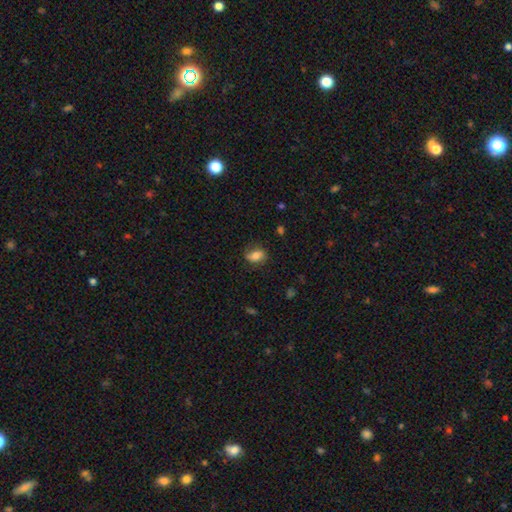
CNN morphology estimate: This appears to be a smooth galaxy with no disk features (72%) that is in between round and cigar-shaped (76%). Merging: none (72%).